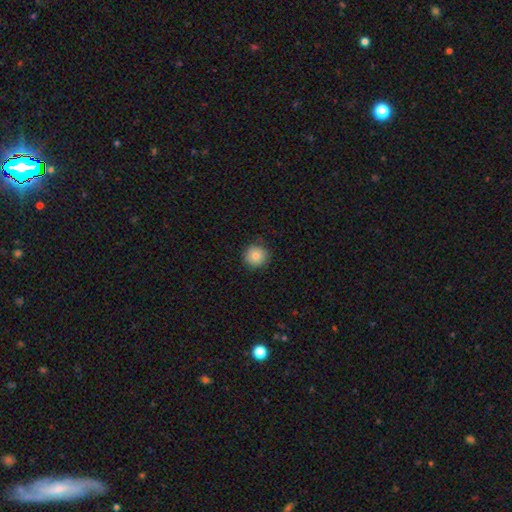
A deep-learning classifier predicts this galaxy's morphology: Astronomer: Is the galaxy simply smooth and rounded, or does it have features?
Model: smooth — 84%.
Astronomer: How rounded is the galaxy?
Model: round — 94%.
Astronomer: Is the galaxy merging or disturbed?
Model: none — 87%.